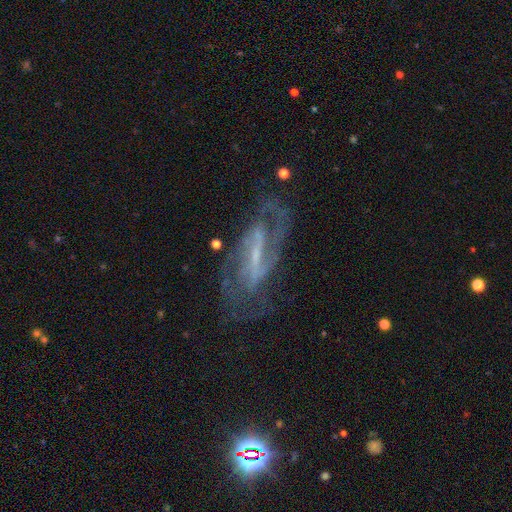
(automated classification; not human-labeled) Overall: featured or disk (85%). Edge-on disk: no (92%). Bar: strong (50%; weak 36%). Spiral arms: yes (93%). Spiral arm count: 2 (74%). Spiral winding: medium (49%; tight 32%). Bulge size: small (57%; none 24%). Merging: none (69%).